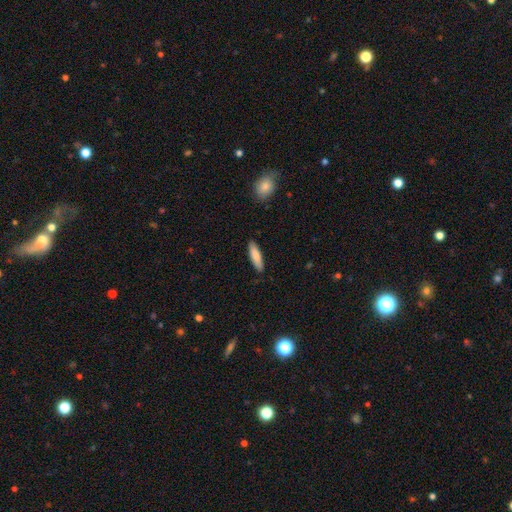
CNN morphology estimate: Smooth or featured? Predicted: smooth (p=0.83). How rounded? Predicted: cigar-shaped (p=0.65). Merging? Predicted: none (p=0.88).